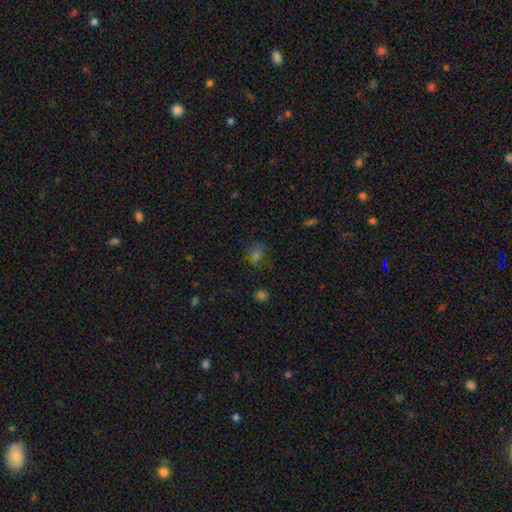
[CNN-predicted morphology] This appears to be a smooth galaxy with no disk features (57%) that is round (58%). Merging: none (66%).